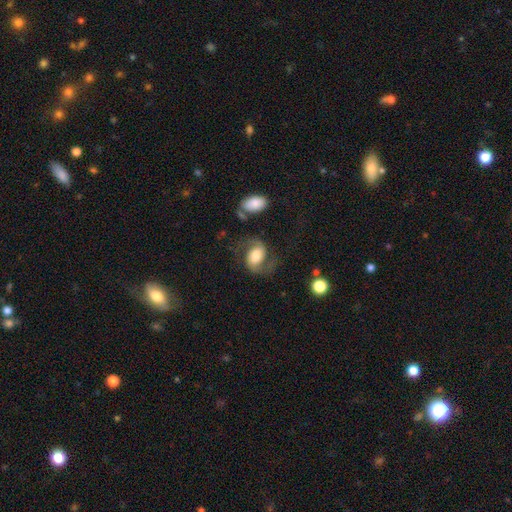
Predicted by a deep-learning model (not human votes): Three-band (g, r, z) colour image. It shows a featured or disk galaxy (76%) with a weak bar (41%), 2 (93%) medium (50%) spiral arms (95%) and a moderate central bulge (45%). Merging: none (68%).